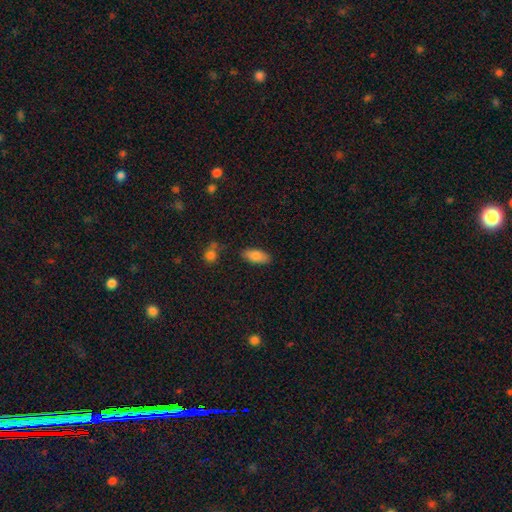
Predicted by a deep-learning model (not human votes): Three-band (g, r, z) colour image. It shows a smooth galaxy with no disk features (84%) that is in between round and cigar-shaped (88%). Merging: none (80%).